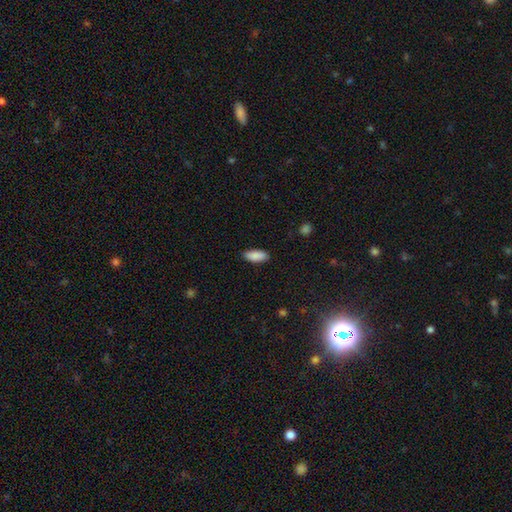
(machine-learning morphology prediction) smooth-or-featured: smooth: 89% | star or artifact: 6% | featured or disk: 4%
  how-rounded: in between: 85% | cigar-shaped: 14% | round: 2%
  merging: none: 88% | minor disturbance: 9% | major disturbance: 2% | merger: 1%